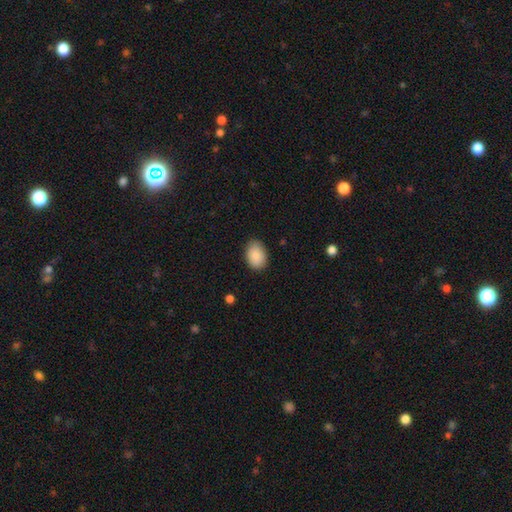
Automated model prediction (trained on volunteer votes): The model was most divided on "how rounded": in between: 83%, round: 16%, cigar-shaped: 1%. More confident: smooth or featured — smooth (90%); merging — none (85%).